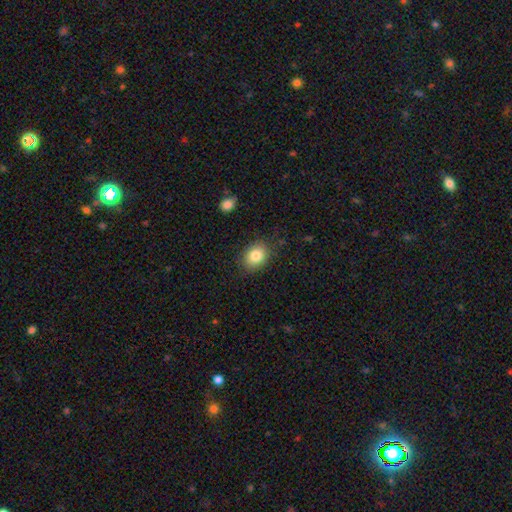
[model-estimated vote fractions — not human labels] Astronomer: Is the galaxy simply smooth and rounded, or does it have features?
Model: smooth — 84%.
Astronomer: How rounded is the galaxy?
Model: in between — 61% (runner-up: round, 39%).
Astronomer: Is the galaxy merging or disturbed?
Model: none — 84%.